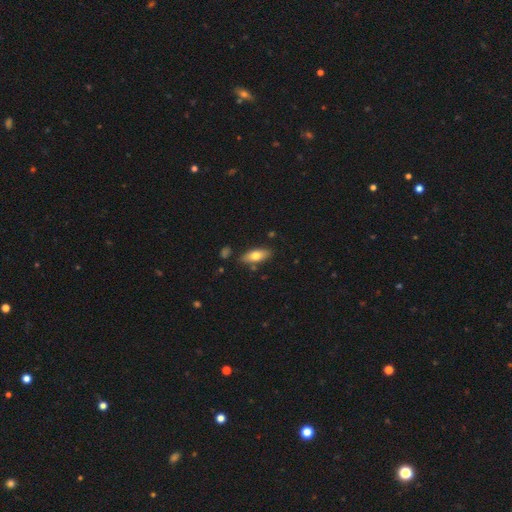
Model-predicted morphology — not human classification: A smooth galaxy with no disk features (72%) that is in between round and cigar-shaped (78%).

Vote fractions:
- Smooth or featured? smooth: 72% / featured or disk: 21% / star or artifact: 7%
- How rounded? in between: 78% / cigar-shaped: 19% / round: 3%
- Merging? none: 81% / minor disturbance: 13% / merger: 4% / major disturbance: 2%